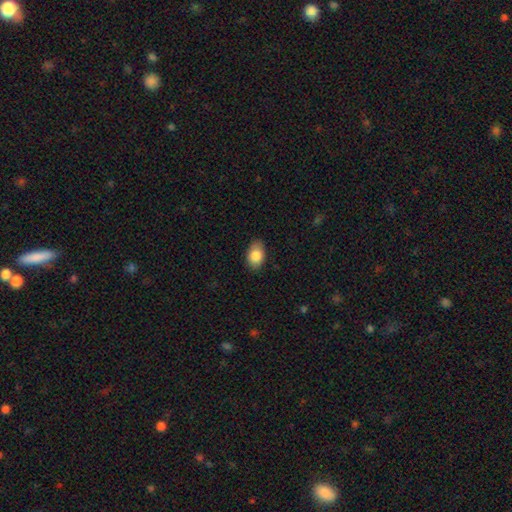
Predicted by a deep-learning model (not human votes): The model was most divided on "merging": none: 83%, minor disturbance: 13%, major disturbance: 3%, merger: 1%. More confident: how rounded — in between (87%); smooth or featured — smooth (84%).